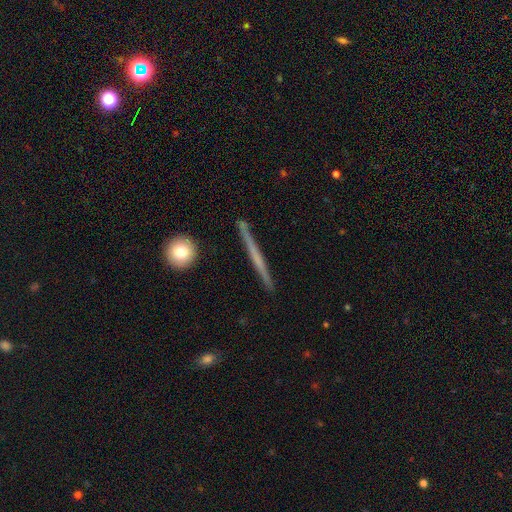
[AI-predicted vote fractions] The model was most divided on "smooth or featured": featured or disk: 58%, smooth: 36%, star or artifact: 6%. More confident: edge-on disk — yes (97%); merging — none (90%); edge-on bulge — none (82%).